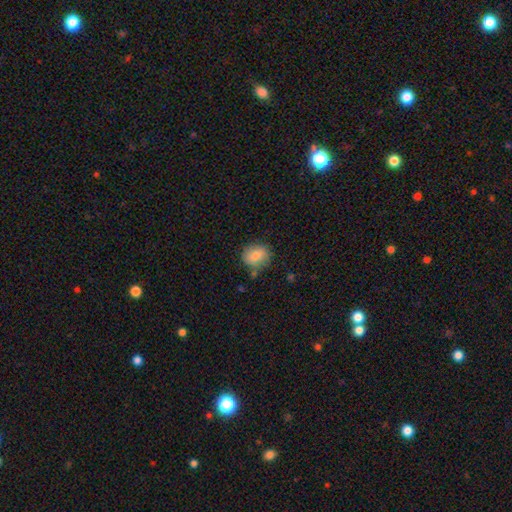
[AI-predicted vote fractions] Q: Smooth or featured?
A: smooth (80%); runner-up: featured or disk (12%)
Q: How rounded?
A: round (63%); runner-up: in between (36%)
Q: Merging?
A: none (73%); runner-up: minor disturbance (18%)